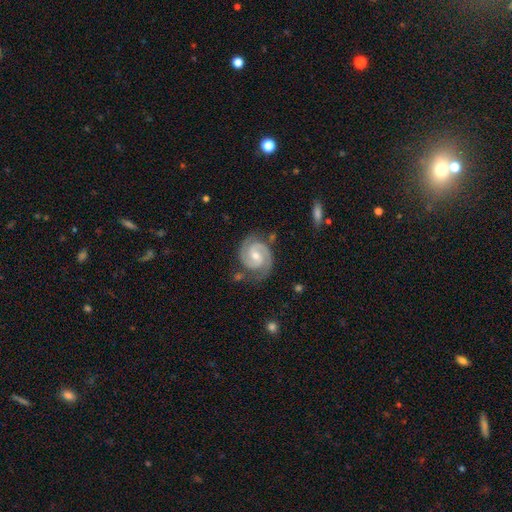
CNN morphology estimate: type=featured or disk (91%); edge-on=no (98%); bar=weak (51%); spiral arms=yes (98%); winding=tight (57%); arm count=2 (91%); bulge=moderate (53%); merging=none (76%).